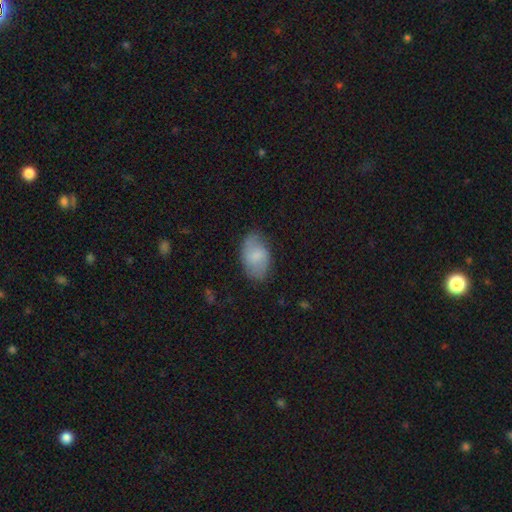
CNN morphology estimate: This appears to be a smooth galaxy with no disk features (62%) that is in between round and cigar-shaped (91%). Merging: none (76%).